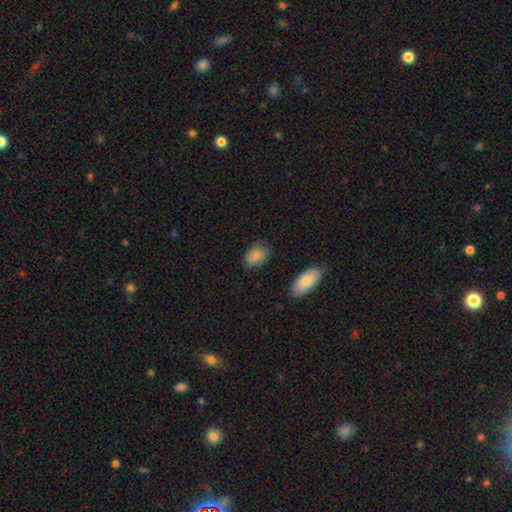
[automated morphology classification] Overall: smooth (84%). How rounded: in between (83%). Merging: none (75%).